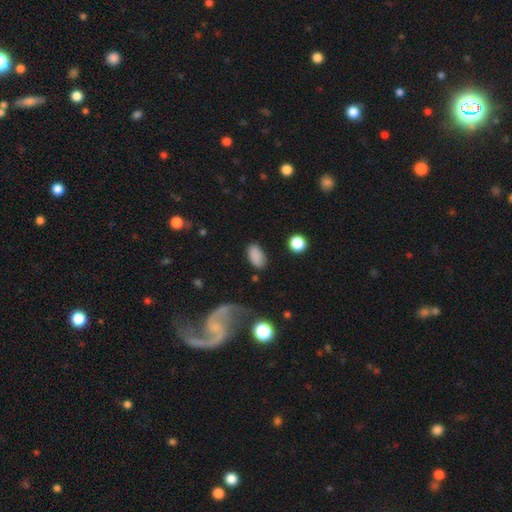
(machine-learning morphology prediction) A smooth galaxy with no disk features (85%) that is in between round and cigar-shaped (93%). Merging: none (79%).